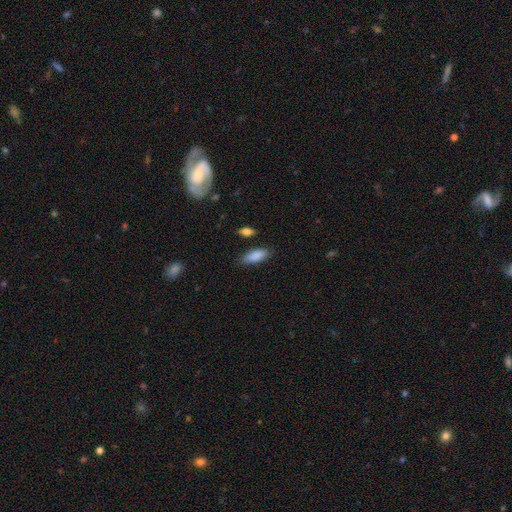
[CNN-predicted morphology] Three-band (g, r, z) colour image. It shows a smooth galaxy with no disk features (87%) that is in between round and cigar-shaped (77%). Merging: none (81%).